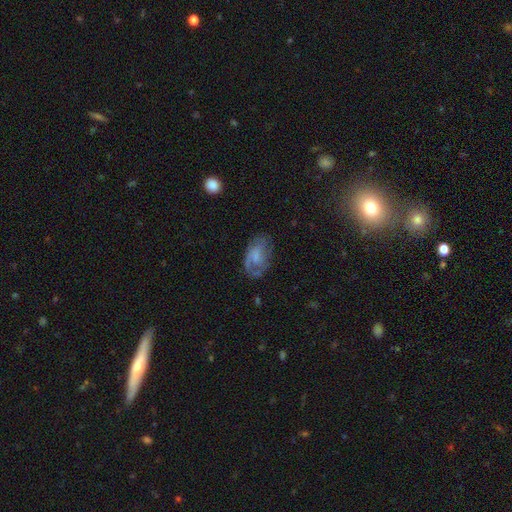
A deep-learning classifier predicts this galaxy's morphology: A featured or disk galaxy (60%) with no bar (52%), spiral arms (82%) and a small central bulge (45%).

Vote fractions:
- Smooth or featured? featured or disk: 60% / smooth: 32% / star or artifact: 8%
- Edge-on disk? no: 96% / yes: 4%
- Bar? no: 52% / weak: 41% / strong: 7%
- Spiral arms? yes: 82% / no: 18%
- Bulge size? small: 45% / none: 28% / moderate: 23% / large: 3% / dominant: 1%
- Merging? none: 60% / minor disturbance: 23% / major disturbance: 14% / merger: 2%